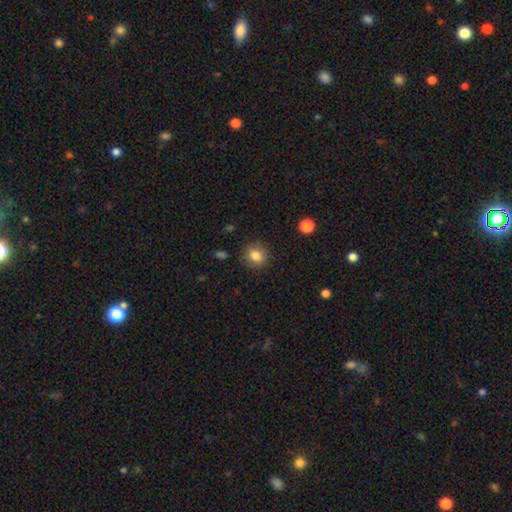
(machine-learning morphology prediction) Smooth or featured? Predicted: smooth (p=0.84). How rounded? Predicted: round (p=0.73). Merging? Predicted: none (p=0.86).